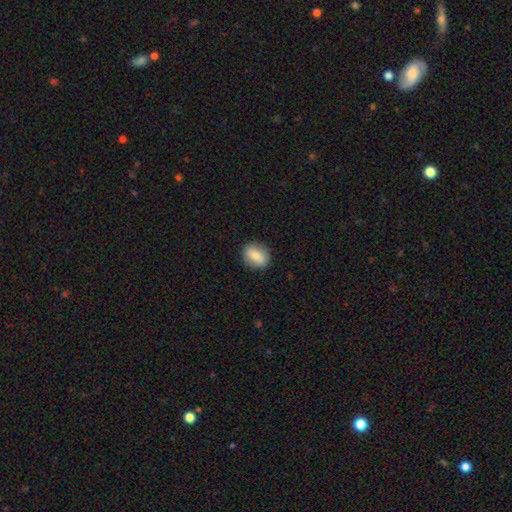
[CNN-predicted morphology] Smooth or featured? Predicted: smooth (p=0.79). How rounded? Predicted: round (p=0.51). Merging? Predicted: none (p=0.87).